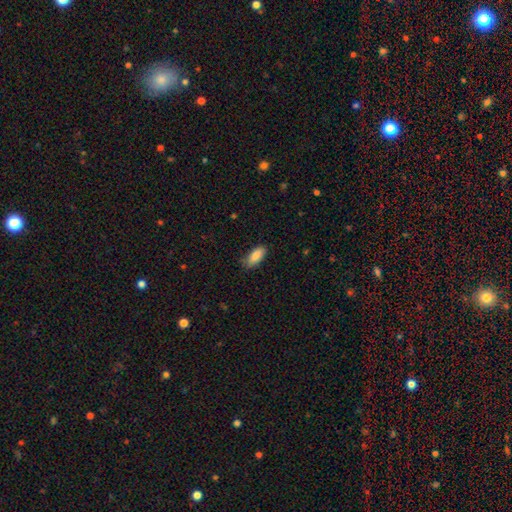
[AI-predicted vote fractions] Smooth or featured: smooth — 88% (star or artifact — 6%)
How rounded: in between — 86% (cigar-shaped — 12%)
Merging: none — 78% (minor disturbance — 18%)